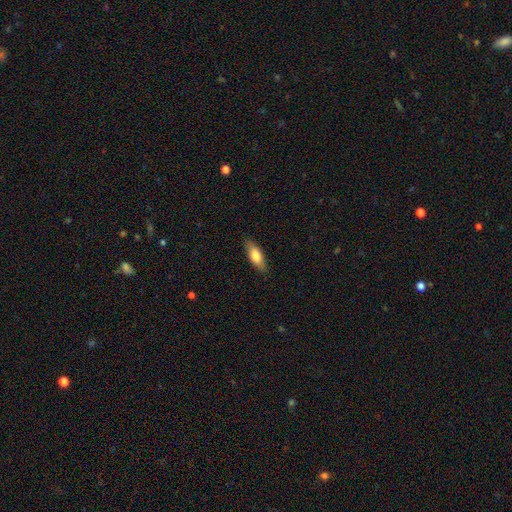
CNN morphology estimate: This appears to be a smooth galaxy with no disk features (75%) that is in between round and cigar-shaped (65%). Merging: none (85%).